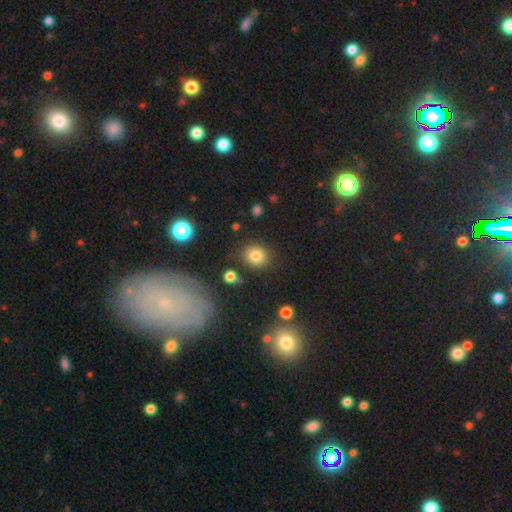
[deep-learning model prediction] This is clearly a smooth galaxy (81%). How rounded: likely round (76%). Merging: clearly none (81%).